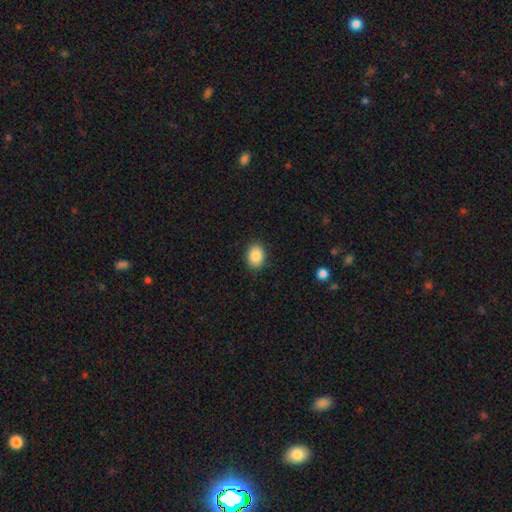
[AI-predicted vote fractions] smooth 88%, star or artifact 8%, featured or disk 4%. Down the decision tree: how rounded — in between (68%); merging — none (89%).